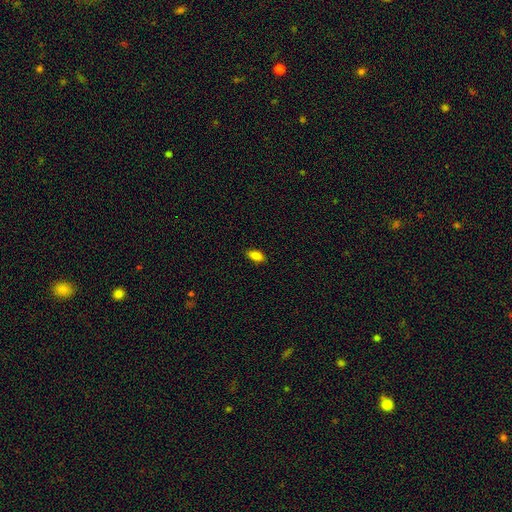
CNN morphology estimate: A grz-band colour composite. It shows a smooth galaxy with no disk features (85%) that is in between round and cigar-shaped (90%). Merging: none (87%).